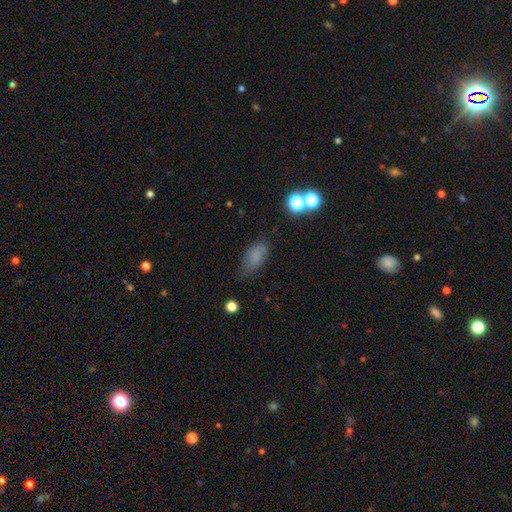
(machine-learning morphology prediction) smooth-or-featured: smooth: 73% | featured or disk: 14% | star or artifact: 13%
  how-rounded: in between: 88% | cigar-shaped: 6% | round: 6%
  merging: none: 66% | minor disturbance: 24% | major disturbance: 7% | merger: 3%